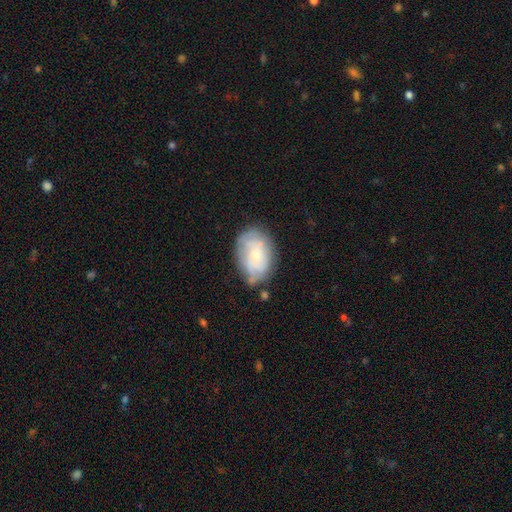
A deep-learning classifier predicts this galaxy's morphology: This appears to be a featured or disk galaxy (48%). Merging: none (63%).